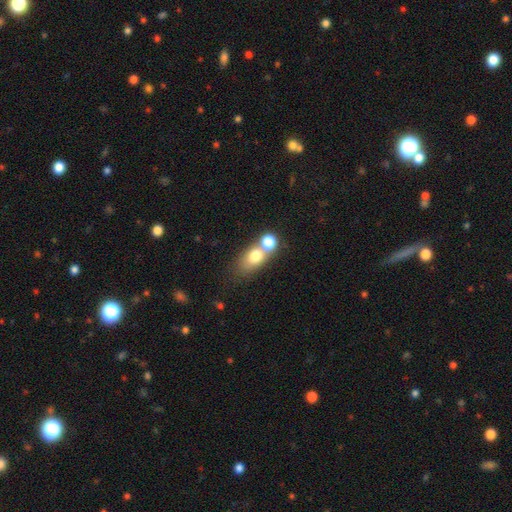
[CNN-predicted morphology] Smooth or featured: smooth — 72% (featured or disk — 18%)
How rounded: in between — 62% (round — 34%)
Merging: merger — 64% (none — 25%)